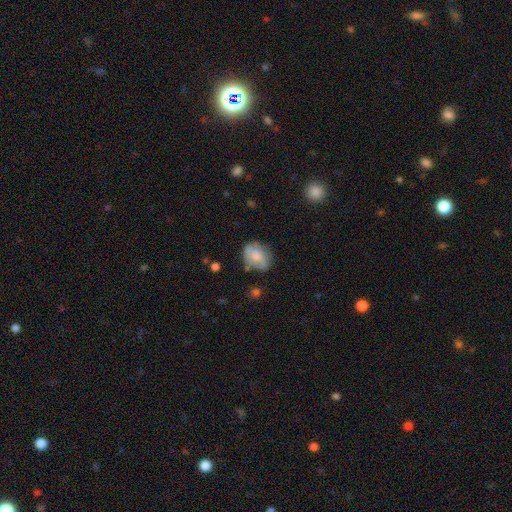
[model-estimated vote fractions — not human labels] A smooth galaxy with no disk features (69%) that is in between round and cigar-shaped (56%). Merging: none (64%).